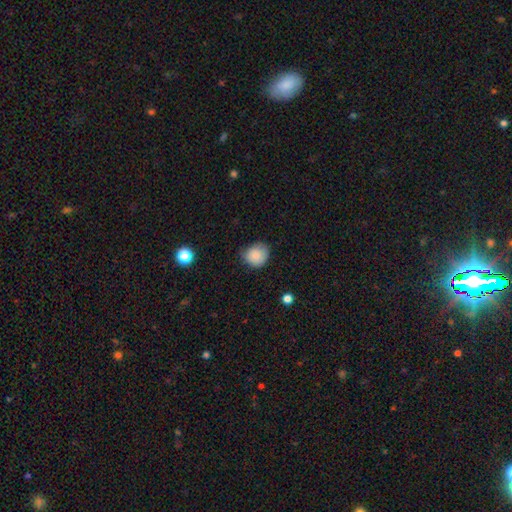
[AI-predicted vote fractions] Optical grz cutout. It shows a smooth galaxy with no disk features (82%) that is round (77%). Merging: none (62%).